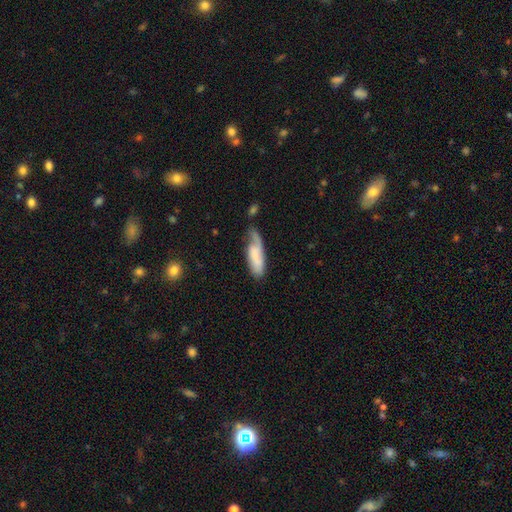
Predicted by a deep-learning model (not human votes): The model was most divided on "merging": none: 40%, minor disturbance: 34%, major disturbance: 20%, merger: 5%. More confident: how rounded — in between (61%); smooth or featured — smooth (58%).